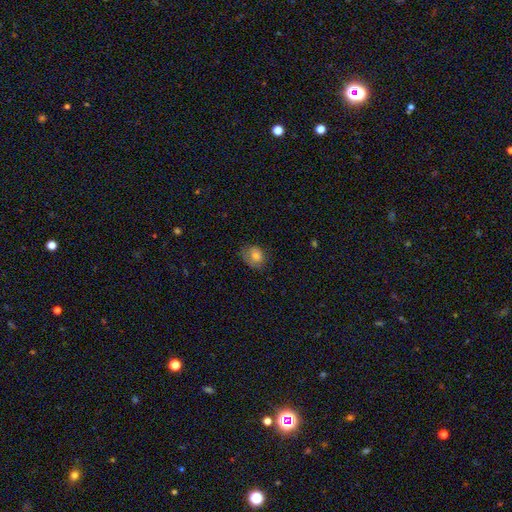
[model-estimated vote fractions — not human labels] Smooth or featured: smooth — 76% (featured or disk — 14%)
How rounded: round — 56% (in between — 43%)
Merging: none — 61% (minor disturbance — 27%)